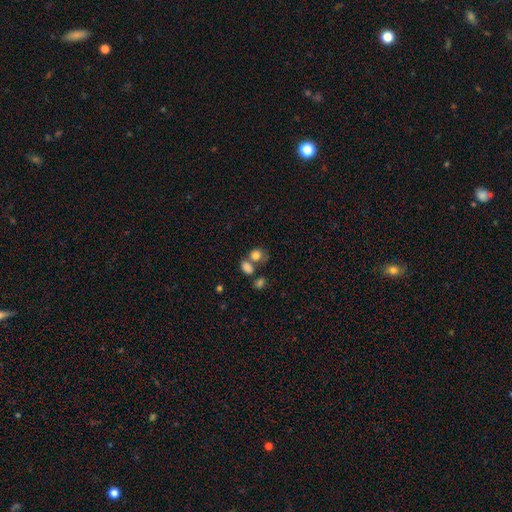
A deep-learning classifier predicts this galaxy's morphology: Overall: smooth (79%). How rounded: round (55%; in between 44%). Merging: none (40%; merger 39%).